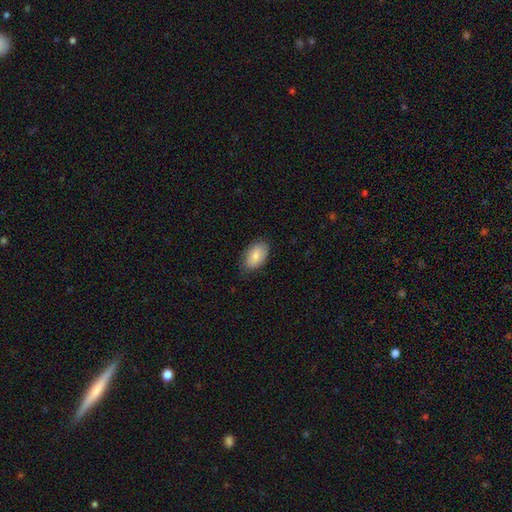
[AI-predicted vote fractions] Smooth or featured? smooth (81%)
How rounded? in between (93%)
Merging? none (76%)